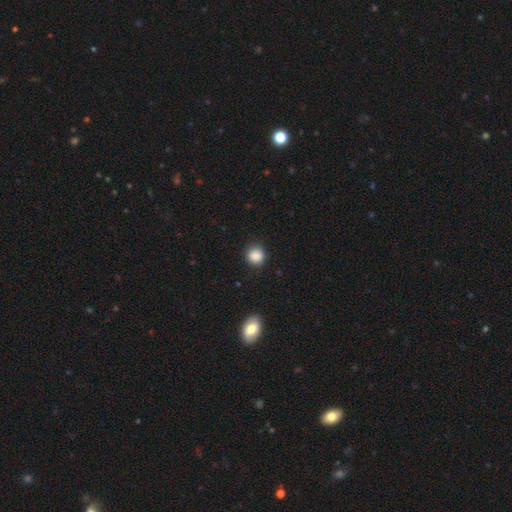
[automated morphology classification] Smooth or featured? smooth (87%)
How rounded? round (85%)
Merging? none (83%)